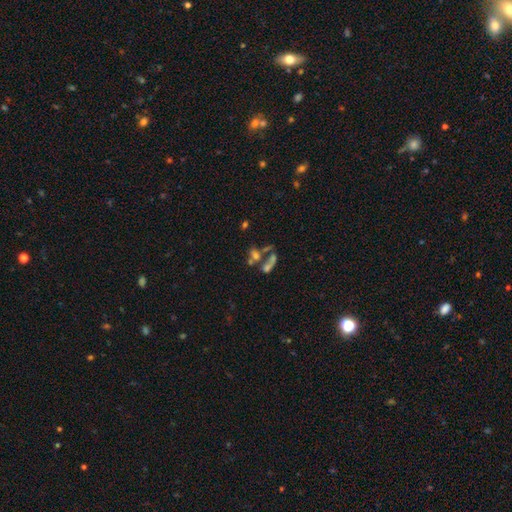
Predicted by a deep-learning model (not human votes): Smooth or featured: smooth — 48% (featured or disk — 31%)
Merging: merger — 53% (none — 23%)